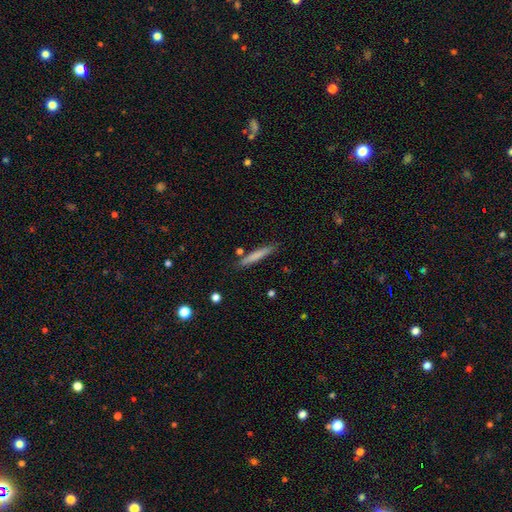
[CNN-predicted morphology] A smooth galaxy with no disk features (72%) that is cigar-shaped (95%). Merging: none (84%).